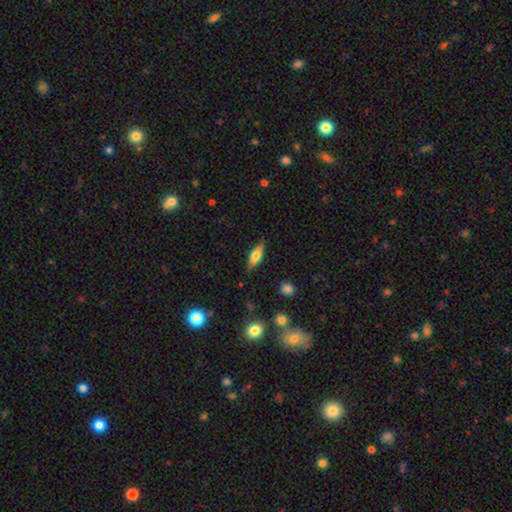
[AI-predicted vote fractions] A smooth galaxy with no disk features (49%).

Vote fractions:
- Smooth or featured? smooth: 49% / featured or disk: 43% / star or artifact: 8%
- Merging? none: 83% / minor disturbance: 12% / major disturbance: 3% / merger: 1%